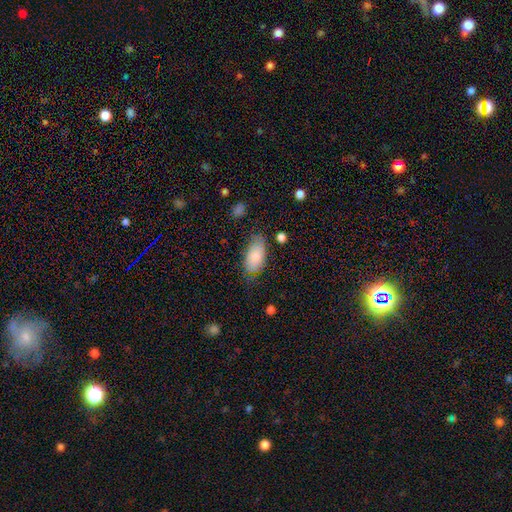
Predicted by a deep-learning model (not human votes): Smooth or featured: smooth — 82% (featured or disk — 12%)
How rounded: in between — 93% (cigar-shaped — 4%)
Merging: none — 68% (minor disturbance — 23%)